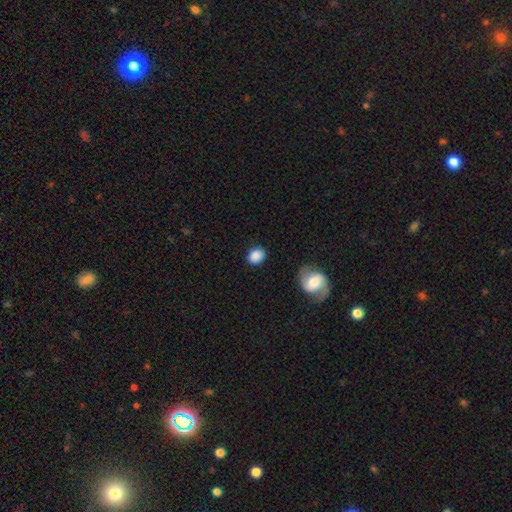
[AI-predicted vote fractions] Morphology: type=smooth (87%); roundness=in between (57%); merging=none (83%).